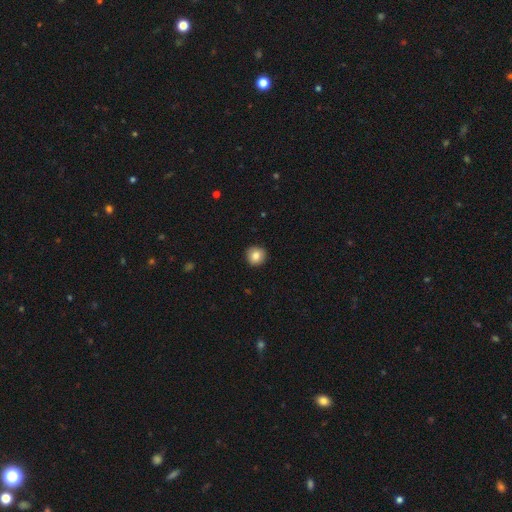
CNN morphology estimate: Q: Smooth or featured?
A: smooth (84%); runner-up: star or artifact (9%)
Q: How rounded?
A: round (93%); runner-up: in between (6%)
Q: Merging?
A: none (91%); runner-up: minor disturbance (6%)